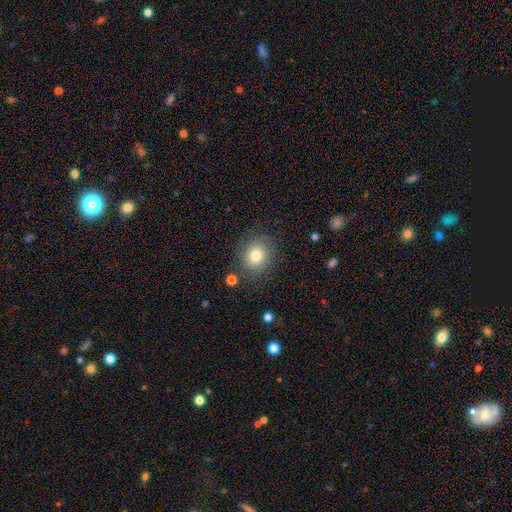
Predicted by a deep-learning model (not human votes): smooth_or_featured: smooth (p=0.80) [alt: star or artifact p=0.11]
how_rounded: round (p=0.73) [alt: in between p=0.26]
merging: none (p=0.83) [alt: minor disturbance p=0.11]